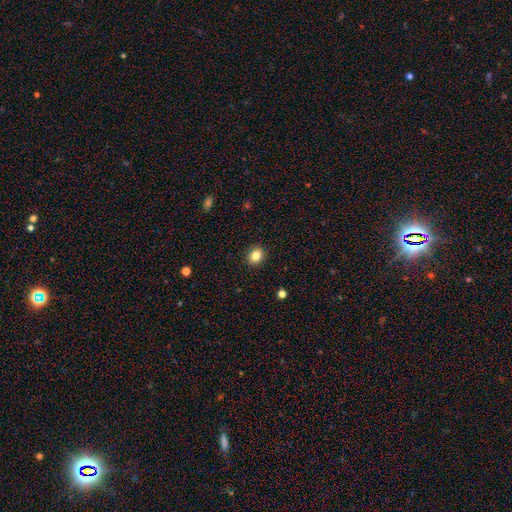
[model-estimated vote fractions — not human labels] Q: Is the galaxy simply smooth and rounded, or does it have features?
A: smooth — 84%.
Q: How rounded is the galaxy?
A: round — 66%.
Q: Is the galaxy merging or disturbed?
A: none — 91%.